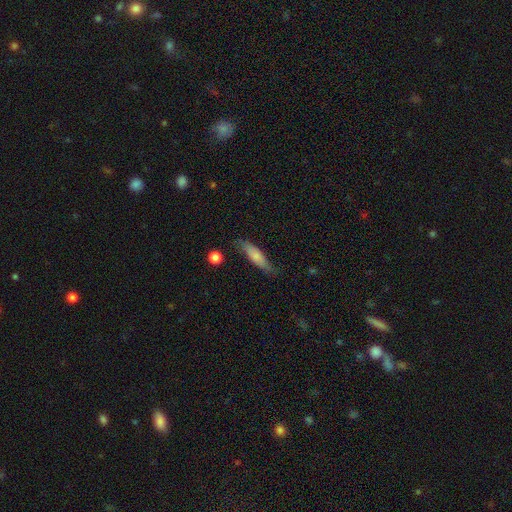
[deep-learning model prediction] Q: Smooth or featured?
A: smooth (71%); runner-up: featured or disk (23%)
Q: How rounded?
A: cigar-shaped (62%); runner-up: in between (36%)
Q: Merging?
A: none (71%); runner-up: minor disturbance (22%)